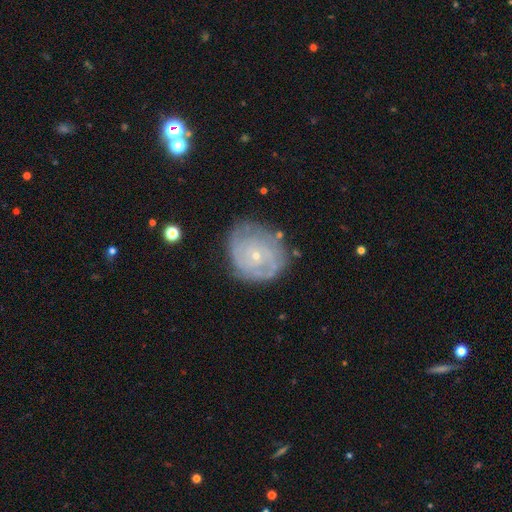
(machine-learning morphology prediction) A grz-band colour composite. It shows a featured or disk galaxy (73%) with no bar (82%), tight (72%) spiral arms (83%) and a small central bulge (83%). Merging: none (72%).